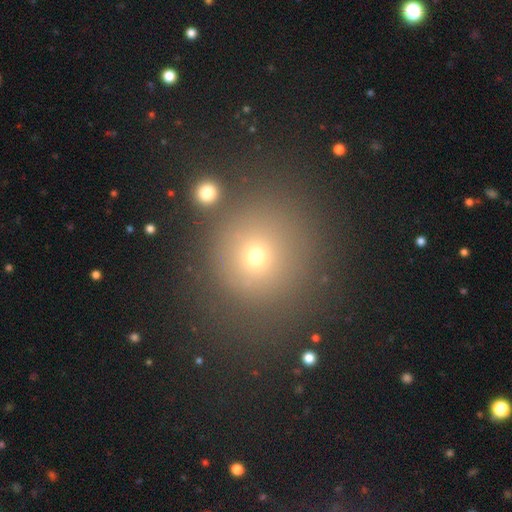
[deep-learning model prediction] smooth 67%, star or artifact 22%, featured or disk 11%. Down the decision tree: how rounded — round (89%); merging — none (76%).